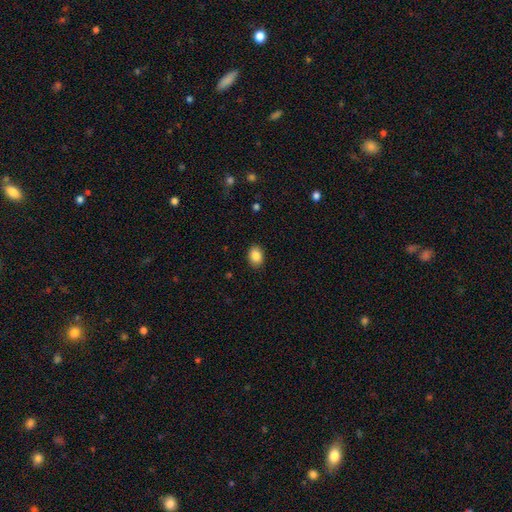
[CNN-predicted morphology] This appears to be a smooth galaxy with no disk features (87%) that is in between round and cigar-shaped (71%). Merging: none (89%).